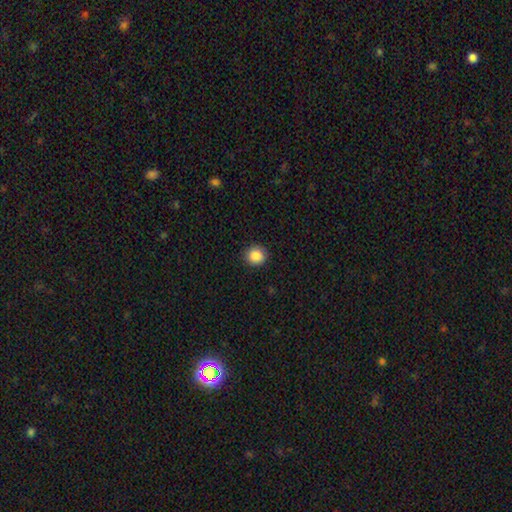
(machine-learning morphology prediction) This is clearly a smooth galaxy (88%). How rounded: clearly round (90%). Merging: clearly none (90%).